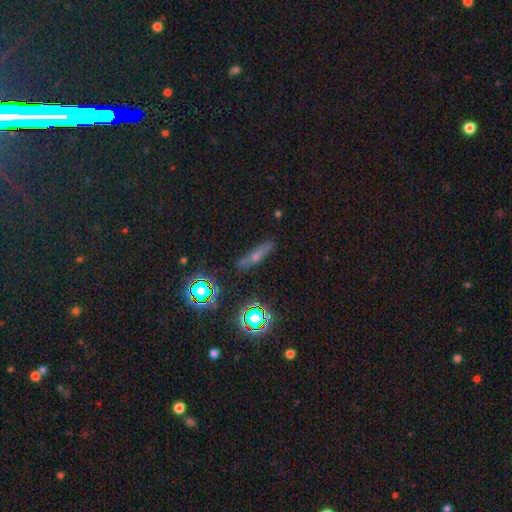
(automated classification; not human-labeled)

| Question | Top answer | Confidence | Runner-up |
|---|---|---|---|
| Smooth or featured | smooth | 45% | featured or disk (33%) |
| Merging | none | 80% | minor disturbance (13%) |